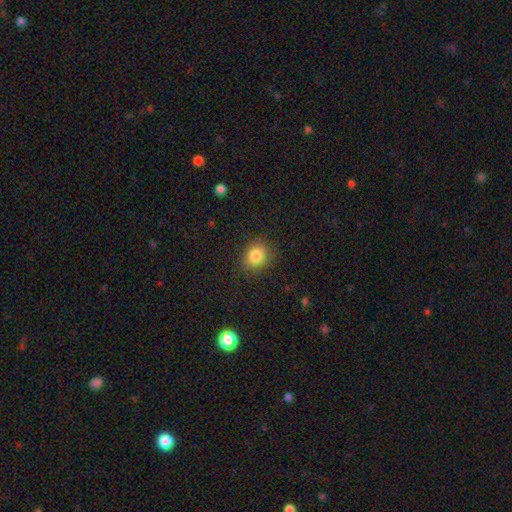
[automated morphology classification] This appears to be a smooth galaxy with no disk features (83%) that is round (61%). Merging: none (84%).